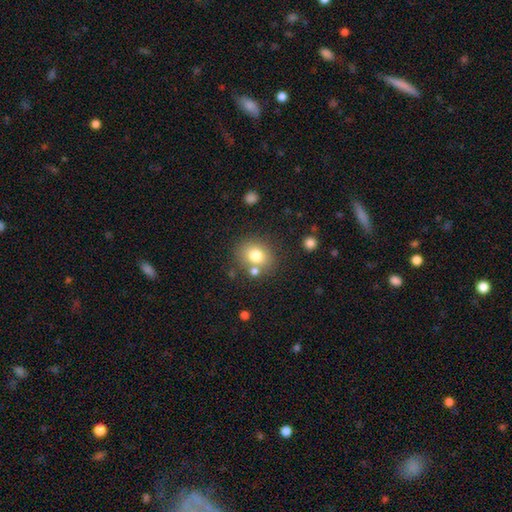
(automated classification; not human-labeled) smooth_or_featured: smooth (p=0.77) [alt: featured or disk p=0.12]
how_rounded: round (p=0.70) [alt: in between p=0.29]
merging: none (p=0.72) [alt: merger p=0.13]